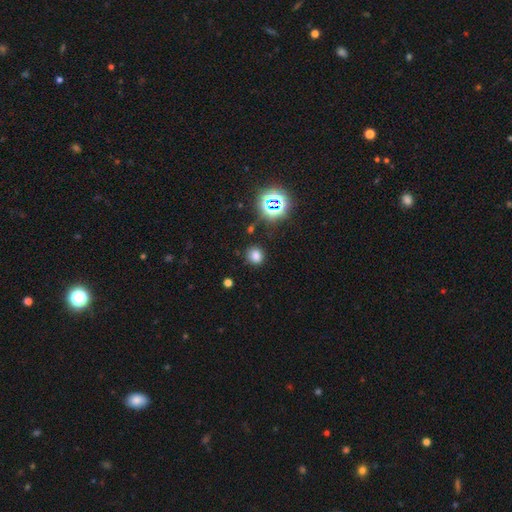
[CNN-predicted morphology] smooth_or_featured: smooth (p=0.72) [alt: star or artifact p=0.22]
how_rounded: round (p=0.73) [alt: in between p=0.25]
merging: none (p=0.84) [alt: minor disturbance p=0.10]